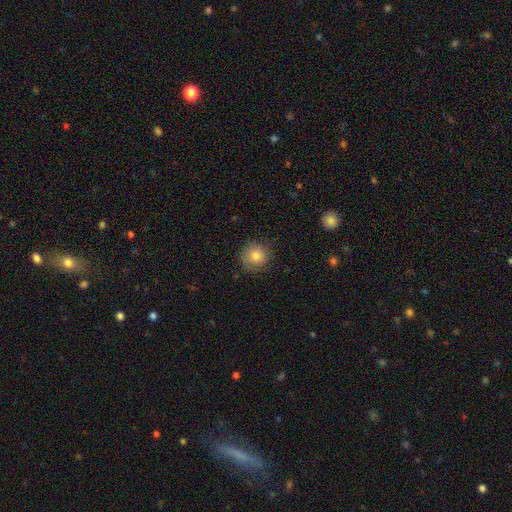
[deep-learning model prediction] A smooth galaxy with no disk features (80%) that is round (92%). Merging: none (81%).